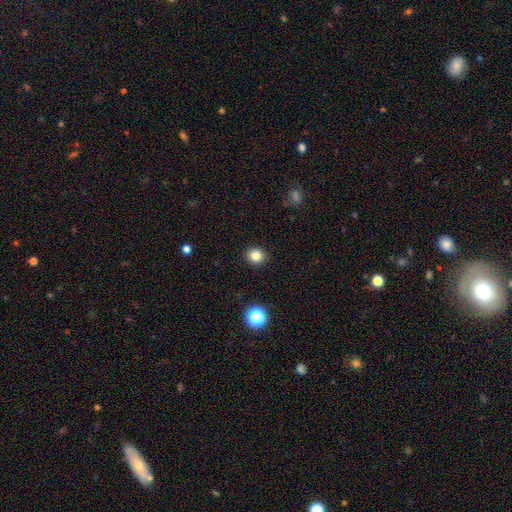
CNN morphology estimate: A smooth galaxy with no disk features (82%) that is round (85%).

Vote fractions:
- Smooth or featured? smooth: 82% / star or artifact: 12% / featured or disk: 5%
- How rounded? round: 85% / in between: 14% / cigar-shaped: 1%
- Merging? none: 92% / minor disturbance: 5% / major disturbance: 2% / merger: 1%